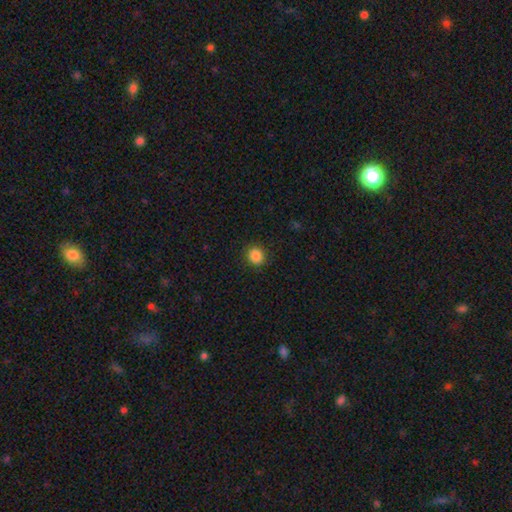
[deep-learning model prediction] Overall: smooth (87%). How rounded: round (77%). Merging: none (90%).